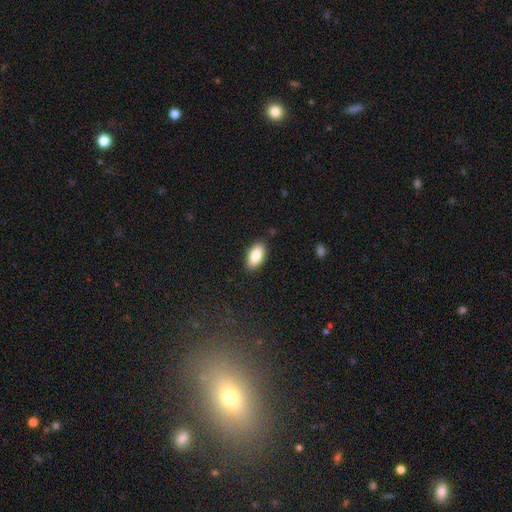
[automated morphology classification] Q: Smooth or featured?
A: smooth (86%); runner-up: featured or disk (8%)
Q: How rounded?
A: in between (93%); runner-up: cigar-shaped (4%)
Q: Merging?
A: none (87%); runner-up: minor disturbance (10%)